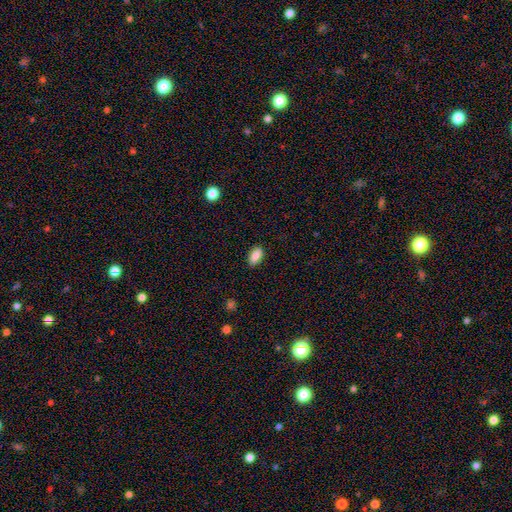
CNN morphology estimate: Overall: smooth (87%). How rounded: in between (91%). Merging: none (87%).